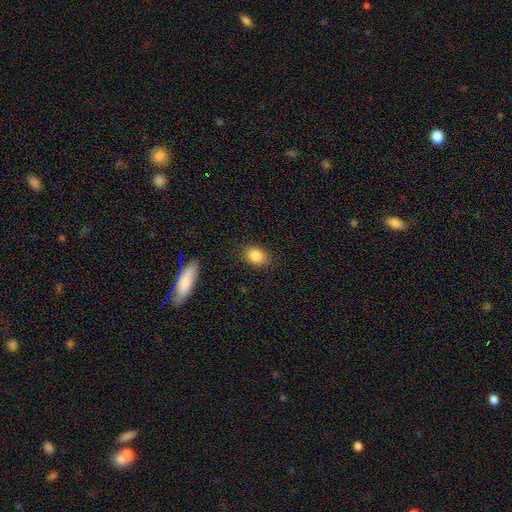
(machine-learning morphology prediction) smooth 86%, star or artifact 8%, featured or disk 6%. Down the decision tree: how rounded — in between (71%); merging — none (84%).